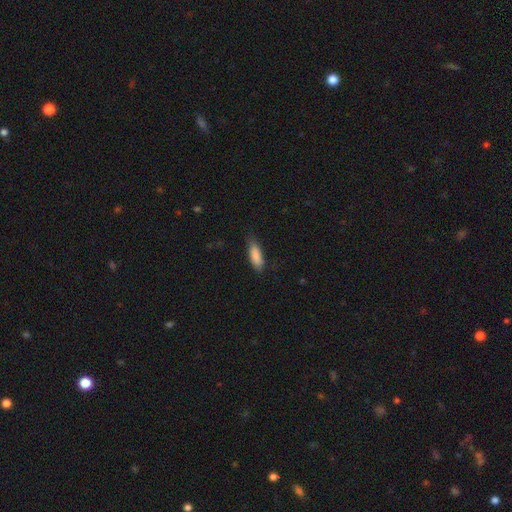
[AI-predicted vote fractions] smooth-or-featured: smooth: 87% | featured or disk: 6% | star or artifact: 6%
  how-rounded: in between: 68% | cigar-shaped: 30% | round: 2%
  merging: none: 75% | minor disturbance: 20% | major disturbance: 4% | merger: 1%